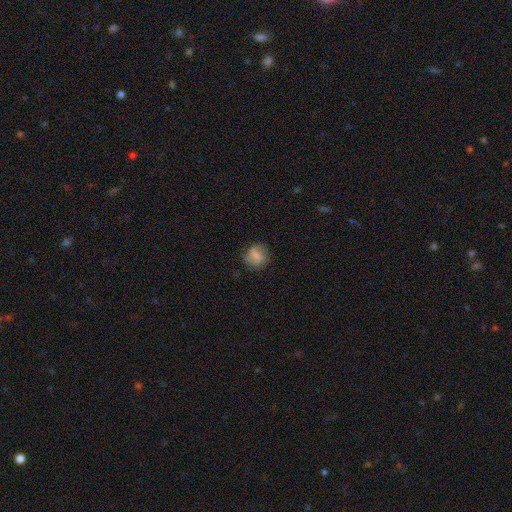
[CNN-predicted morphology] Smooth or featured: smooth — 60% (featured or disk — 31%)
How rounded: round — 74% (in between — 25%)
Merging: none — 69% (minor disturbance — 21%)